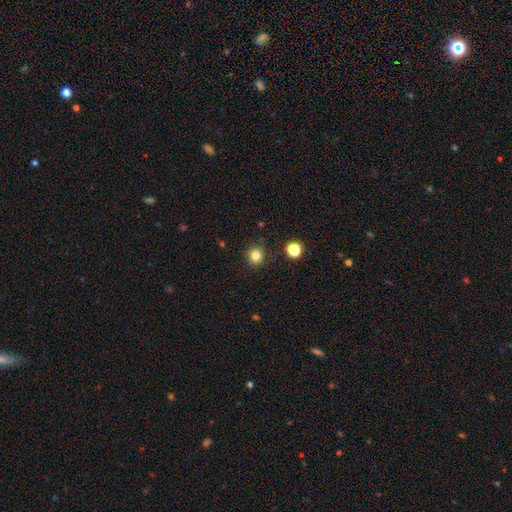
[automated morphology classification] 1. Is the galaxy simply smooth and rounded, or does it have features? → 82% smooth, 13% star or artifact, 5% featured or disk.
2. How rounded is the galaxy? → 90% round, 9% in between, 1% cigar-shaped.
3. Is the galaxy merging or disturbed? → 89% none, 7% minor disturbance, 2% major disturbance, 2% merger.